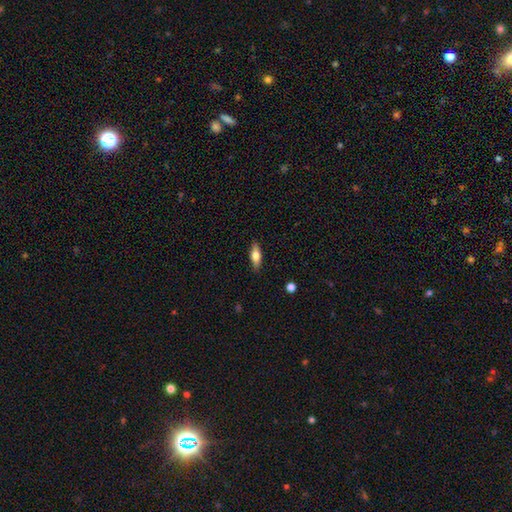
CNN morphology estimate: Smooth or featured?
  - smooth: 63% *
  - featured or disk: 31%
  - star or artifact: 7%
How rounded?
  - in between: 64% *
  - cigar-shaped: 33%
  - round: 3%
Merging?
  - none: 88% *
  - minor disturbance: 9%
  - major disturbance: 2%
  - merger: 1%